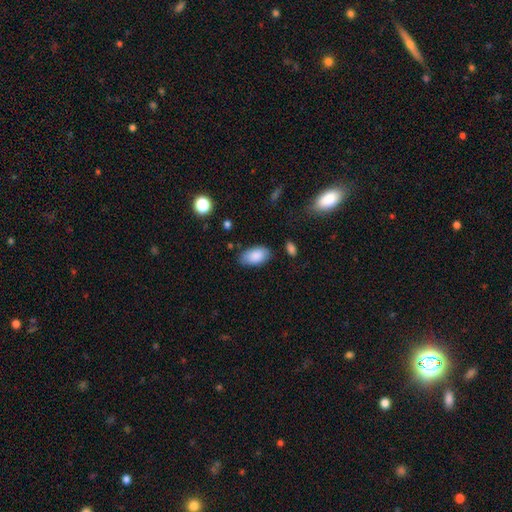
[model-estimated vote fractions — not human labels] This appears to be a smooth galaxy with no disk features (87%) that is in between round and cigar-shaped (94%). Merging: none (78%).